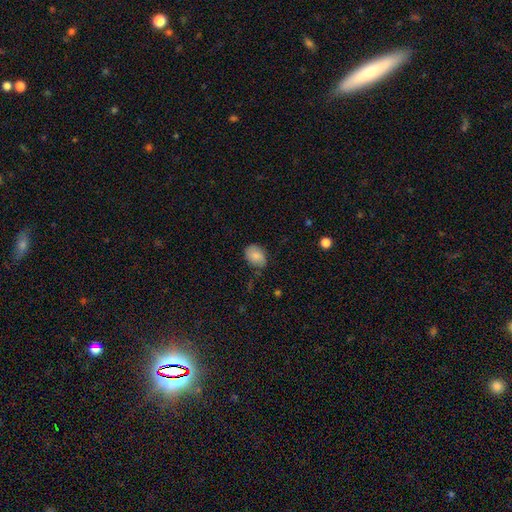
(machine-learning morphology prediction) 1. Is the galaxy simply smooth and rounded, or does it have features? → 78% smooth, 15% featured or disk, 8% star or artifact.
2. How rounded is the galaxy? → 72% in between, 26% round, 1% cigar-shaped.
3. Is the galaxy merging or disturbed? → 71% none, 23% minor disturbance, 5% major disturbance, 2% merger.